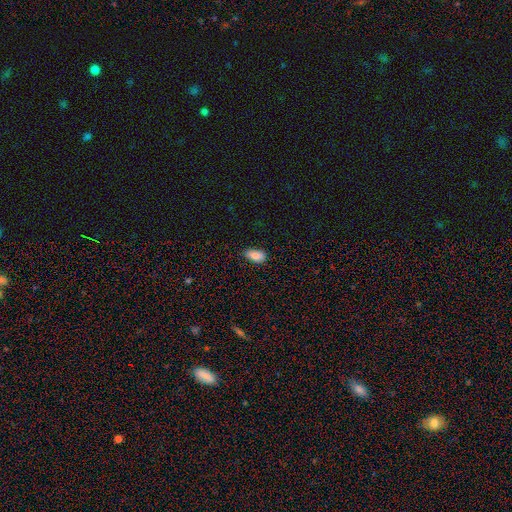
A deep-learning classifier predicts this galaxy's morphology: Q: Smooth or featured?
A: smooth (85%); runner-up: star or artifact (8%)
Q: How rounded?
A: in between (91%); runner-up: cigar-shaped (5%)
Q: Merging?
A: none (77%); runner-up: minor disturbance (19%)